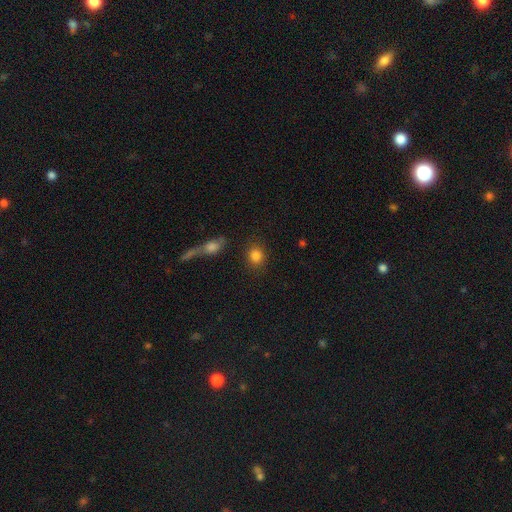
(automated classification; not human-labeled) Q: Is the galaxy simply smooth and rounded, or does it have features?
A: smooth — 85%.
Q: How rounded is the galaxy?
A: round — 72%.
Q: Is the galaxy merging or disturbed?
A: none — 83%.